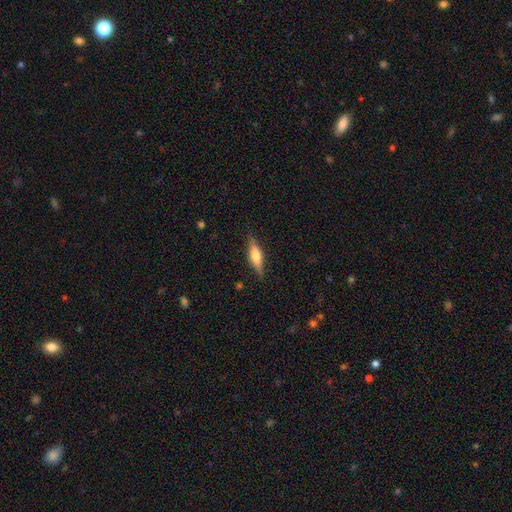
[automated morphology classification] This is possibly a smooth galaxy (50%). How rounded: likely cigar-shaped (61%). Merging: clearly none (84%).